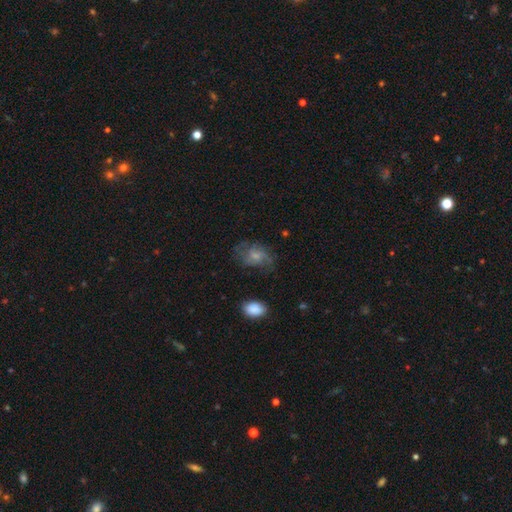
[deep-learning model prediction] Overall: featured or disk (46%; smooth 43%). Merging: none (50%; minor disturbance 26%).